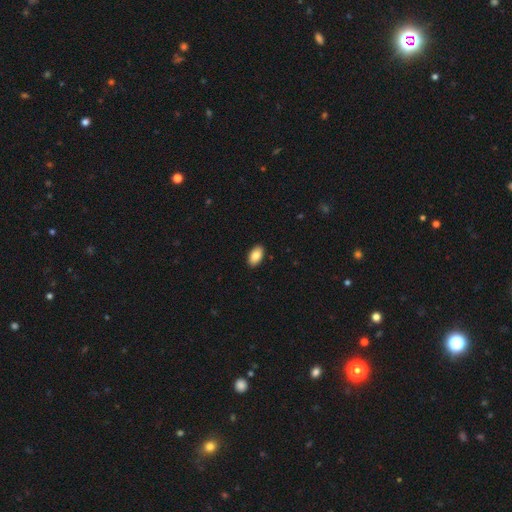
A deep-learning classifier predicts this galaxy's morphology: A smooth galaxy with no disk features (86%) that is in between round and cigar-shaped (94%).

Vote fractions:
- Smooth or featured? smooth: 86% / featured or disk: 7% / star or artifact: 7%
- How rounded? in between: 94% / round: 4% / cigar-shaped: 2%
- Merging? none: 91% / minor disturbance: 7% / major disturbance: 2% / merger: 1%